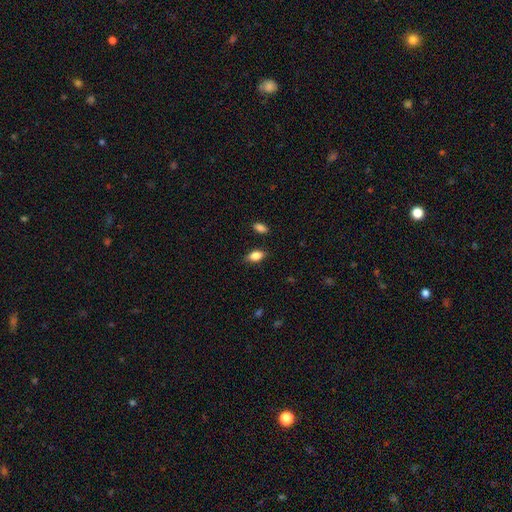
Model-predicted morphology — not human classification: Smooth or featured: smooth — 83% (featured or disk — 10%)
How rounded: in between — 87% (cigar-shaped — 6%)
Merging: none — 82% (minor disturbance — 13%)